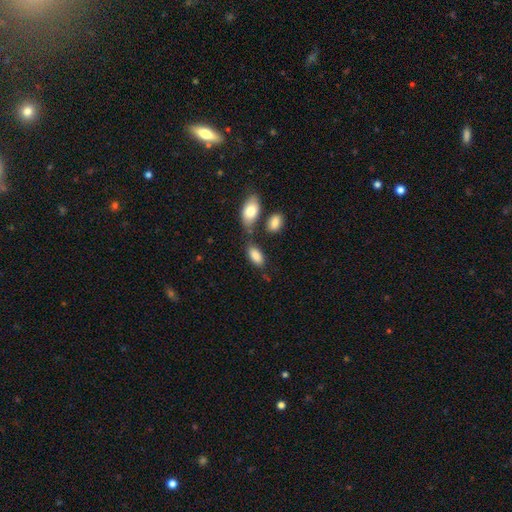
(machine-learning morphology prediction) A smooth galaxy with no disk features (87%) that is in between round and cigar-shaped (91%). Merging: none (62%).